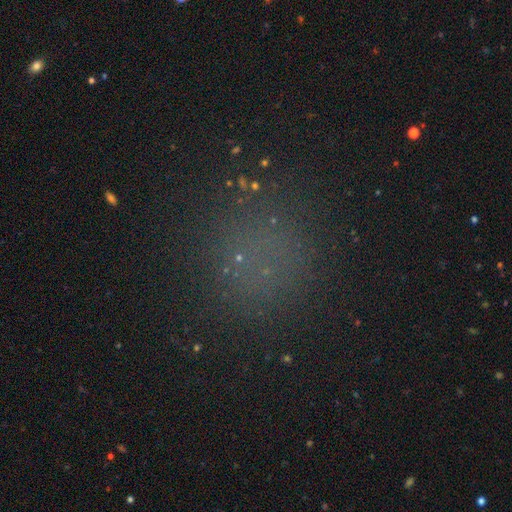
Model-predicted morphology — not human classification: Smooth or featured? smooth (55%)
How rounded? round (90%)
Merging? none (83%)